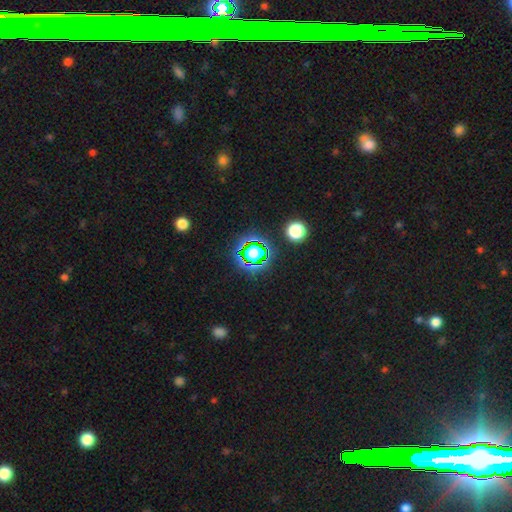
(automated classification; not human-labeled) smooth-or-featured: star or artifact: 63% | smooth: 25% | featured or disk: 12%